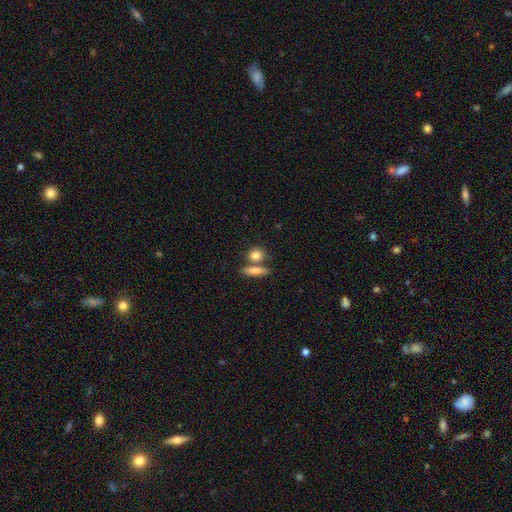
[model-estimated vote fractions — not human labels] Smooth or featured? Predicted: smooth (p=0.82). How rounded? Predicted: round (p=0.50). Merging? Predicted: none (p=0.58).